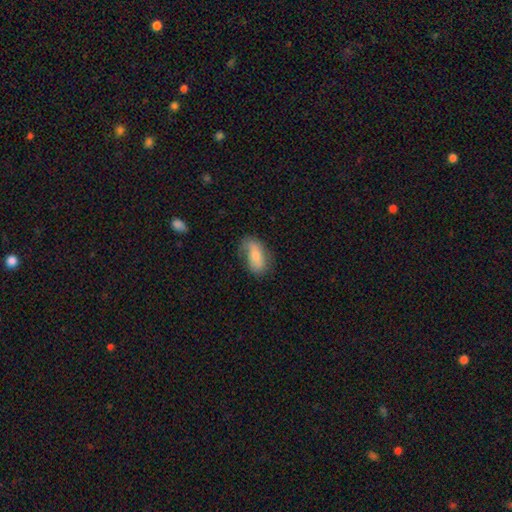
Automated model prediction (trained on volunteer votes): Smooth or featured? smooth (63%)
How rounded? in between (87%)
Merging? none (65%)